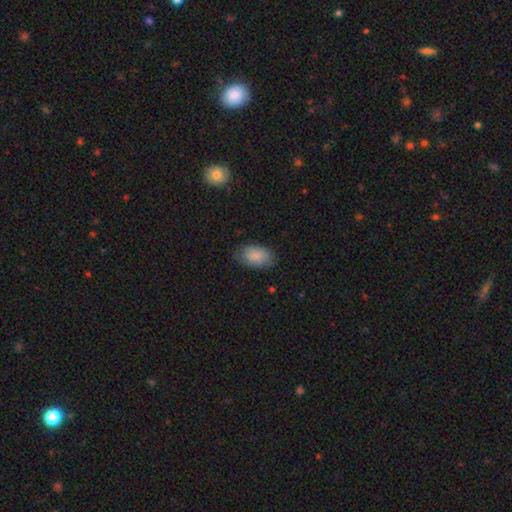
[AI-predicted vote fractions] smooth_or_featured: smooth (p=0.87) [alt: featured or disk p=0.07]
how_rounded: in between (p=0.92) [alt: round p=0.06]
merging: none (p=0.78) [alt: minor disturbance p=0.17]